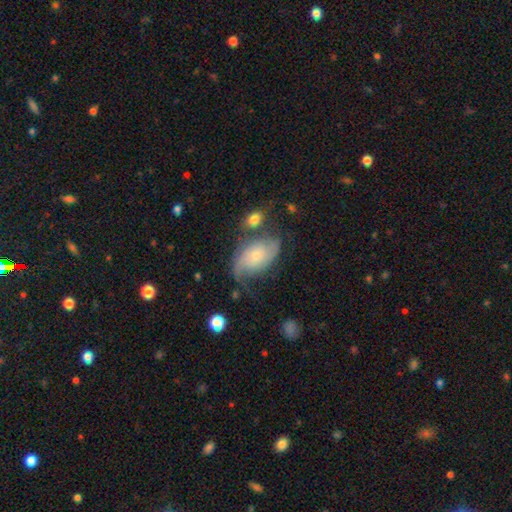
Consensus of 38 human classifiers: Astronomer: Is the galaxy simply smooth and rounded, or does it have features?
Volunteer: featured or disk — 58% (runner-up: smooth, 37%).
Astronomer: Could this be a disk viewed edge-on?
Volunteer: no — 86%.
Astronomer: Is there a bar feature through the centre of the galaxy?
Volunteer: no — 79%.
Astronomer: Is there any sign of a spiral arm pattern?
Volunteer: yes — 74%.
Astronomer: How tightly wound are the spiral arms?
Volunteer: medium — 50% (runner-up: loose, 43%).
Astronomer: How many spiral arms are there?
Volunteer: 2 — 71%.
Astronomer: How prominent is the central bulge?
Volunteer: small — 63%.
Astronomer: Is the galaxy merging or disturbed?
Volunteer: none — 39% (runner-up: major disturbance, 36%).